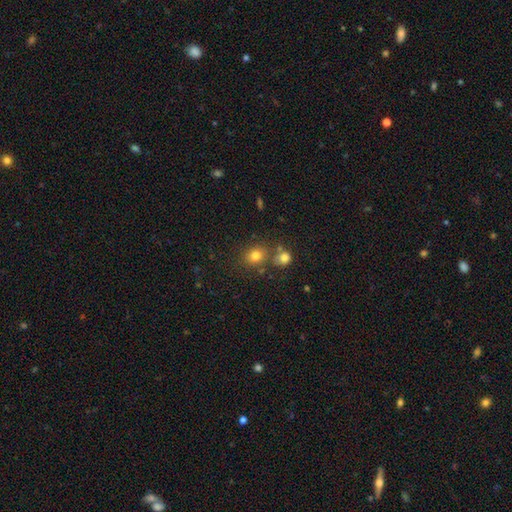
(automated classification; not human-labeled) A smooth galaxy with no disk features (77%) that is round (69%).

Vote fractions:
- Smooth or featured? smooth: 77% / star or artifact: 15% / featured or disk: 8%
- How rounded? round: 69% / in between: 30% / cigar-shaped: 1%
- Merging? none: 67% / merger: 19% / minor disturbance: 10% / major disturbance: 4%